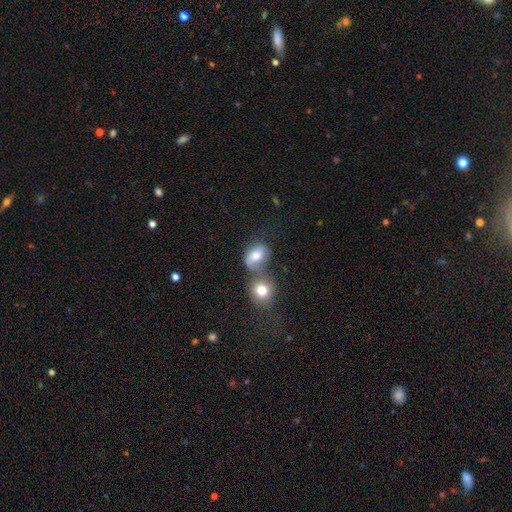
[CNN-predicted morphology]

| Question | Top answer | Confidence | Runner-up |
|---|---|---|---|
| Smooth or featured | smooth | 74% | featured or disk (16%) |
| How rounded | in between | 51% | round (48%) |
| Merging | merger | 48% | none (30%) |